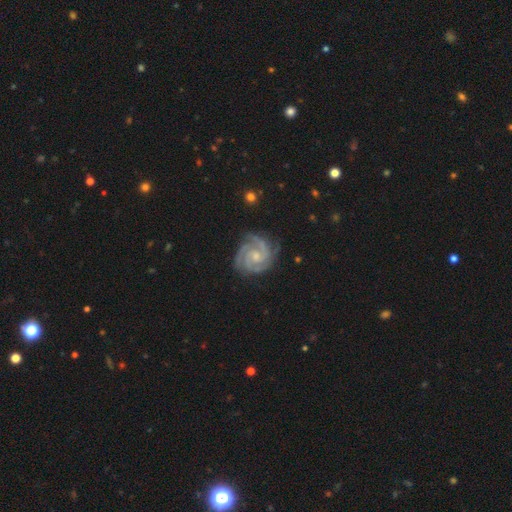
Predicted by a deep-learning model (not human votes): The model was most divided on "bulge size": small: 55%, moderate: 37%, none: 5%, large: 2%, dominant: 1%. More confident: spiral arms — yes (99%); edge-on disk — no (98%); smooth or featured — featured or disk (92%); merging — none (78%); spiral winding — tight (73%); bar — no (64%); spiral arm count — 3 (51%).